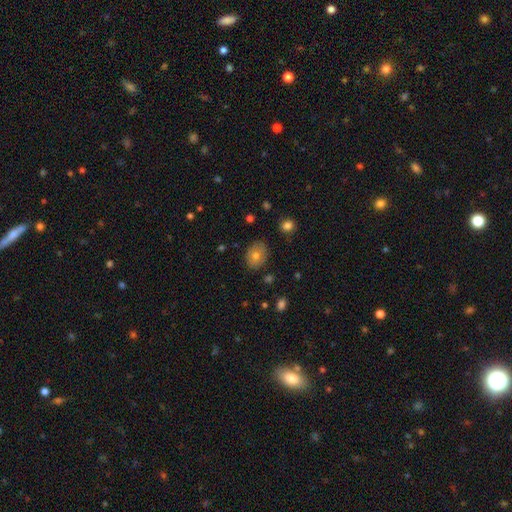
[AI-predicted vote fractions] A smooth galaxy with no disk features (72%) that is in between round and cigar-shaped (54%). Merging: none (82%).